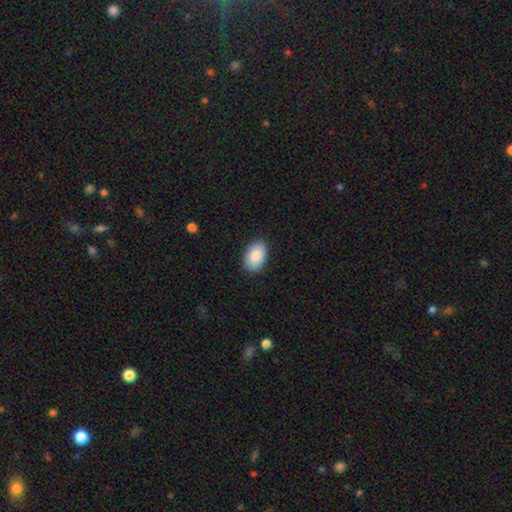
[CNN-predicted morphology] Smooth or featured? Predicted: smooth (p=0.89). How rounded? Predicted: in between (p=0.91). Merging? Predicted: none (p=0.87).